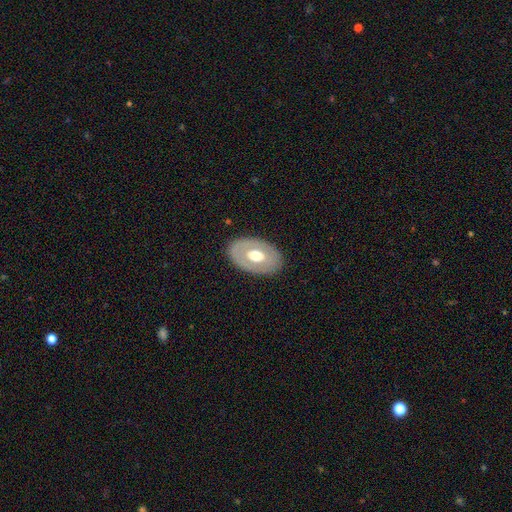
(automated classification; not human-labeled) Q: Smooth or featured?
A: smooth (48%); runner-up: featured or disk (47%)
Q: Merging?
A: none (84%); runner-up: minor disturbance (11%)